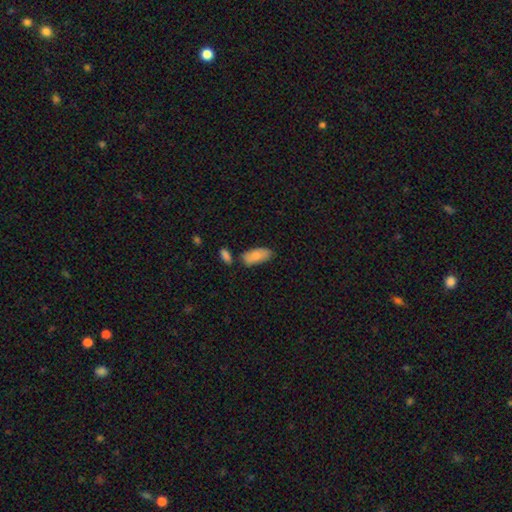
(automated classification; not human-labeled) Smooth or featured?
  - smooth: 85% *
  - featured or disk: 9%
  - star or artifact: 6%
How rounded?
  - in between: 88% *
  - cigar-shaped: 10%
  - round: 2%
Merging?
  - none: 70% *
  - minor disturbance: 17%
  - merger: 9%
  - major disturbance: 4%